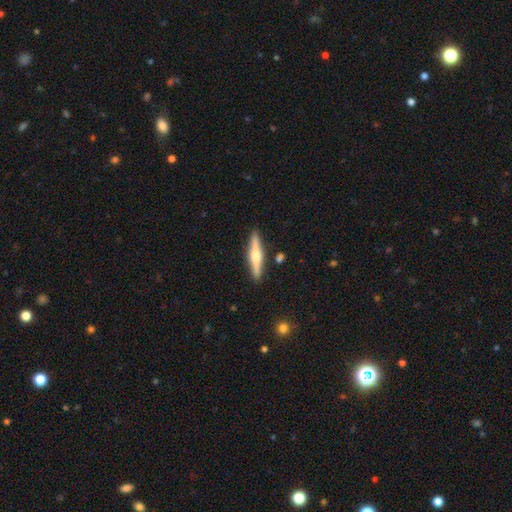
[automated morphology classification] featured or disk 60%, smooth 34%, star or artifact 6%. Down the decision tree: edge-on disk — yes (97%); edge-on bulge — rounded (87%); merging — none (89%).